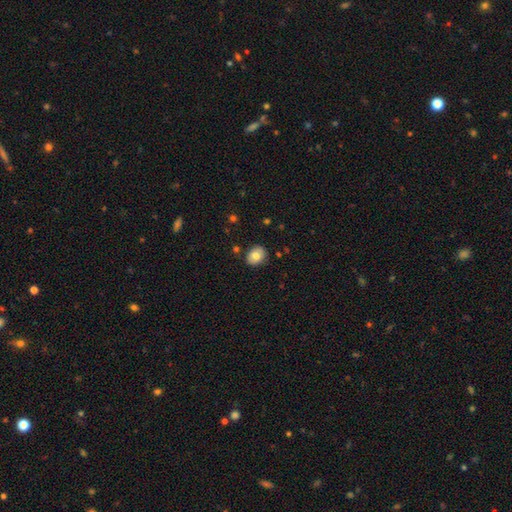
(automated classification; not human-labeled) Smooth or featured: smooth — 74% (featured or disk — 18%)
How rounded: in between — 50% (round — 49%)
Merging: none — 85% (minor disturbance — 11%)